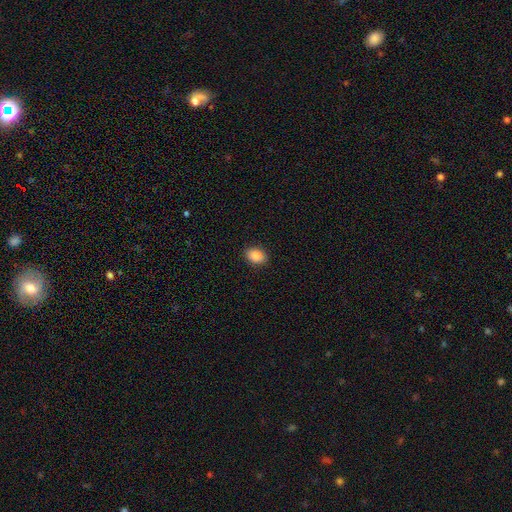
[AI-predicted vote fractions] Q: Smooth or featured?
A: smooth (88%); runner-up: star or artifact (8%)
Q: How rounded?
A: in between (74%); runner-up: round (24%)
Q: Merging?
A: none (90%); runner-up: minor disturbance (7%)